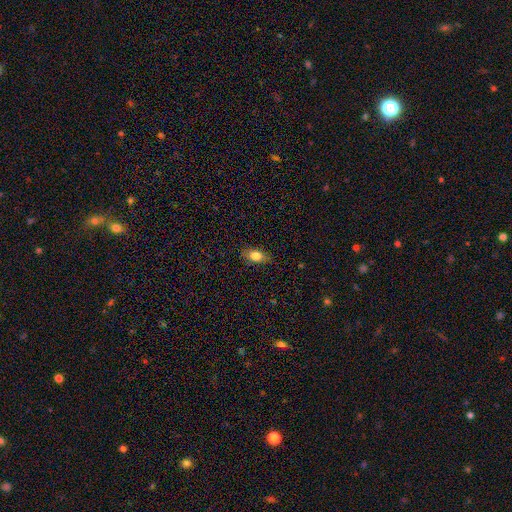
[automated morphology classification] Smooth or featured? smooth (81%)
How rounded? in between (82%)
Merging? none (78%)